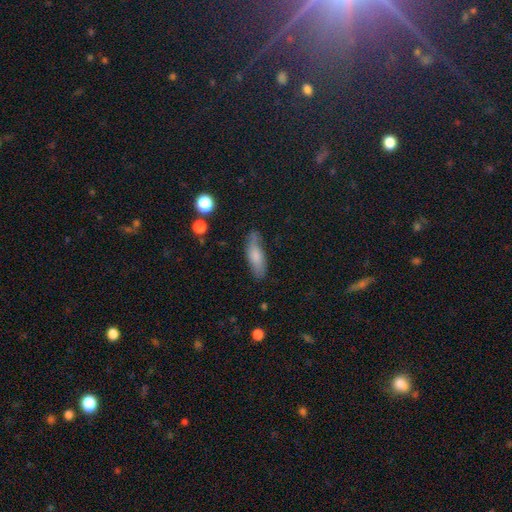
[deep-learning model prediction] The model was most divided on "how rounded": in between: 56%, cigar-shaped: 41%, round: 3%. More confident: merging — none (70%); smooth or featured — smooth (69%).